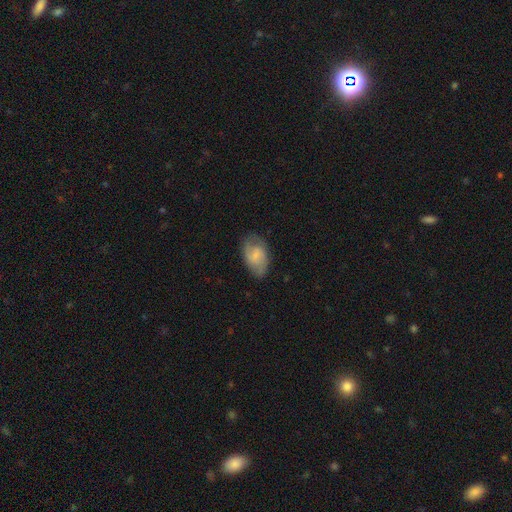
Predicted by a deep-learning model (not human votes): smooth_or_featured: smooth (p=0.50) [alt: featured or disk p=0.43]
how_rounded: in between (p=0.90) [alt: round p=0.08]
merging: none (p=0.71) [alt: minor disturbance p=0.21]